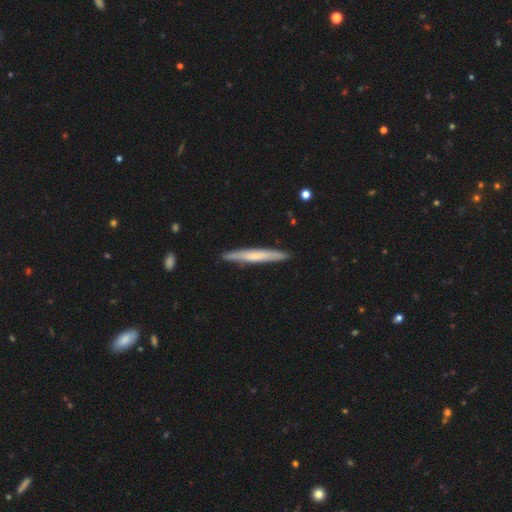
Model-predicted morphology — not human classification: Smooth or featured? Predicted: smooth (p=0.54). How rounded? Predicted: cigar-shaped (p=0.96). Merging? Predicted: none (p=0.88).